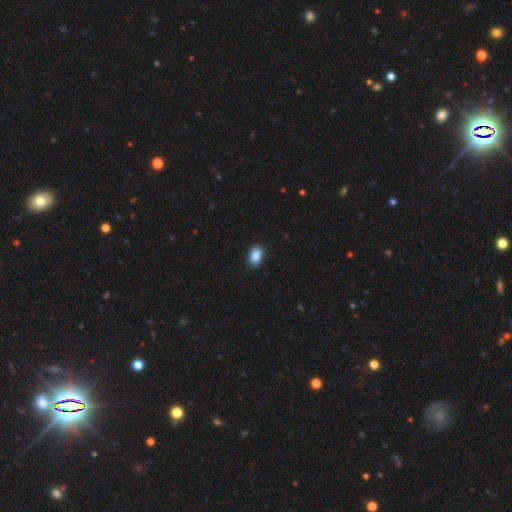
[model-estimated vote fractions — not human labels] Overall: smooth (89%). How rounded: in between (87%). Merging: none (89%).